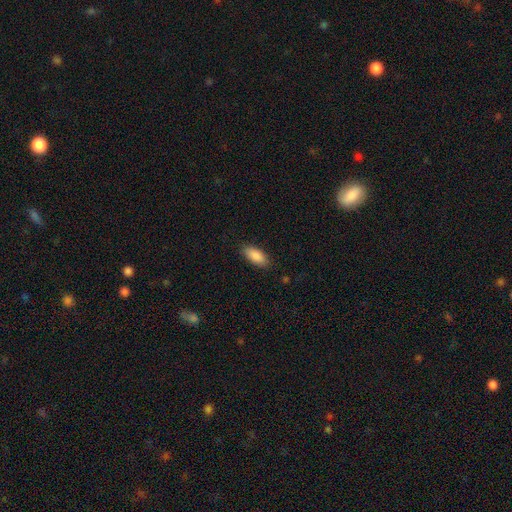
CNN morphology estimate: Smooth or featured? smooth (89%)
How rounded? in between (86%)
Merging? none (86%)